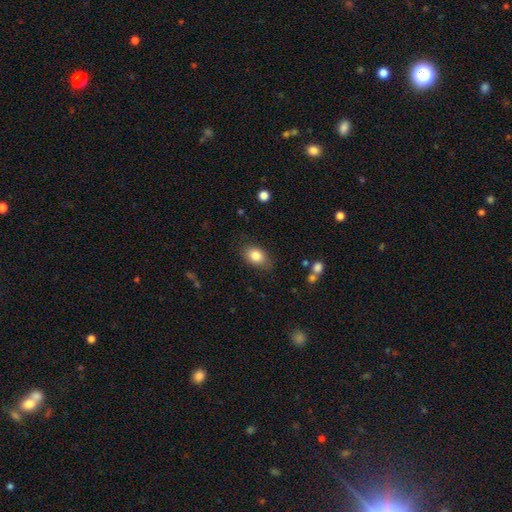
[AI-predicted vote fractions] Smooth or featured? smooth (83%)
How rounded? in between (81%)
Merging? none (79%)